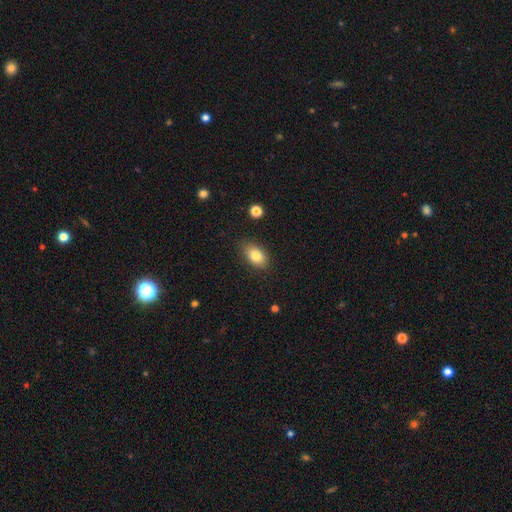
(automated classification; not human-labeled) Smooth or featured?
  - smooth: 82% *
  - featured or disk: 10%
  - star or artifact: 8%
How rounded?
  - in between: 88% *
  - round: 11%
  - cigar-shaped: 2%
Merging?
  - none: 85% *
  - minor disturbance: 11%
  - major disturbance: 3%
  - merger: 1%